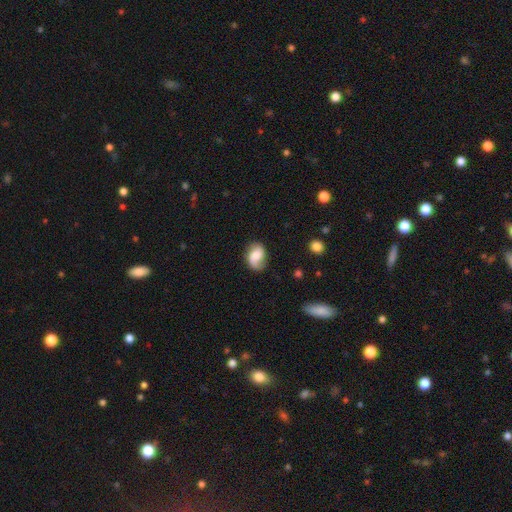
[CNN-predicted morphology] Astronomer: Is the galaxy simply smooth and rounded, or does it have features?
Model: featured or disk — 49% (runner-up: smooth, 42%).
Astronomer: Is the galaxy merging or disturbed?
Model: none — 67%.